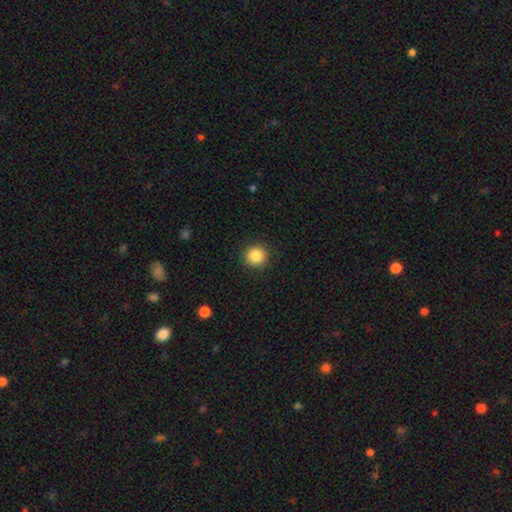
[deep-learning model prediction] Smooth or featured?
  - smooth: 86% *
  - star or artifact: 9%
  - featured or disk: 4%
How rounded?
  - round: 93% *
  - in between: 6%
  - cigar-shaped: 1%
Merging?
  - none: 91% *
  - minor disturbance: 6%
  - major disturbance: 2%
  - merger: 1%